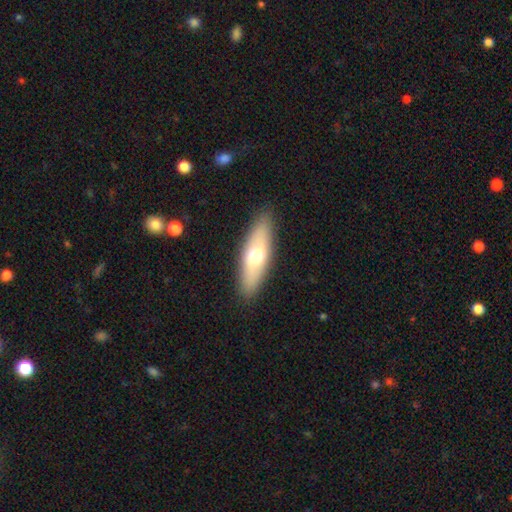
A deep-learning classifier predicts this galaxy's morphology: A smooth galaxy with no disk features (58%) that is in between round and cigar-shaped (53%).

Vote fractions:
- Smooth or featured? smooth: 58% / featured or disk: 36% / star or artifact: 6%
- How rounded? in between: 53% / cigar-shaped: 44% / round: 3%
- Merging? none: 89% / minor disturbance: 8% / major disturbance: 2% / merger: 1%